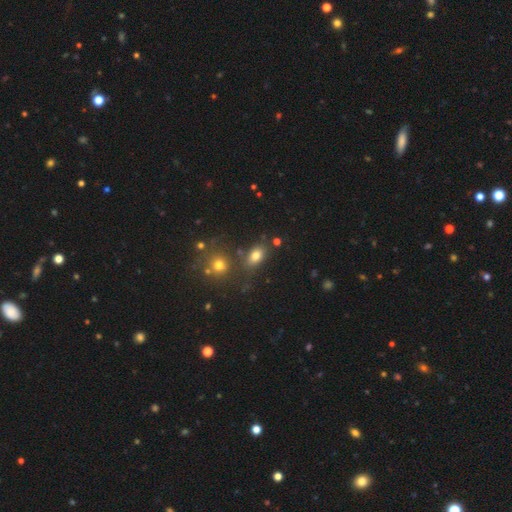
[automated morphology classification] Q: Smooth or featured?
A: smooth (77%); runner-up: star or artifact (14%)
Q: How rounded?
A: in between (81%); runner-up: round (16%)
Q: Merging?
A: none (71%); runner-up: minor disturbance (14%)